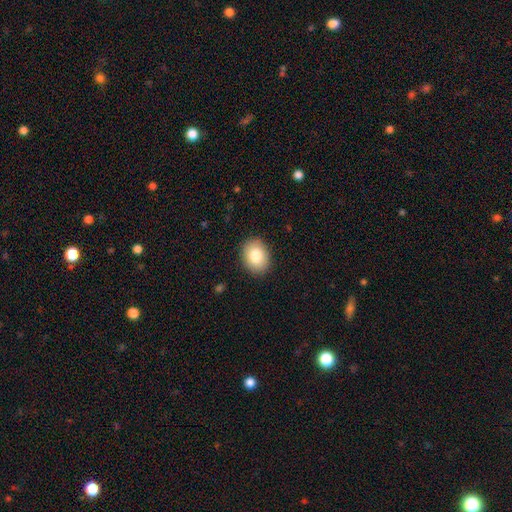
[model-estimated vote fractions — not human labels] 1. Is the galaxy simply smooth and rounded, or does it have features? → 82% smooth, 10% featured or disk, 8% star or artifact.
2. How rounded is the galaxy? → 62% in between, 37% round, 1% cigar-shaped.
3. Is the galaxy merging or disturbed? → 89% none, 8% minor disturbance, 2% major disturbance, 1% merger.